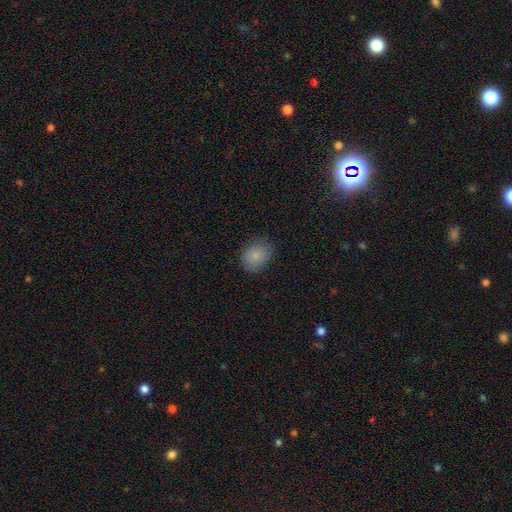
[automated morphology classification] Q: Smooth or featured?
A: smooth (84%); runner-up: star or artifact (9%)
Q: How rounded?
A: round (56%); runner-up: in between (44%)
Q: Merging?
A: none (78%); runner-up: minor disturbance (17%)